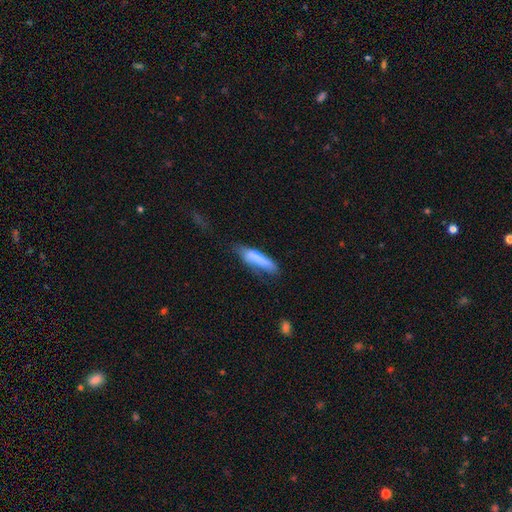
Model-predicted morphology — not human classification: Smooth or featured: smooth — 75% (featured or disk — 18%)
How rounded: cigar-shaped — 66% (in between — 32%)
Merging: none — 45% (minor disturbance — 32%)